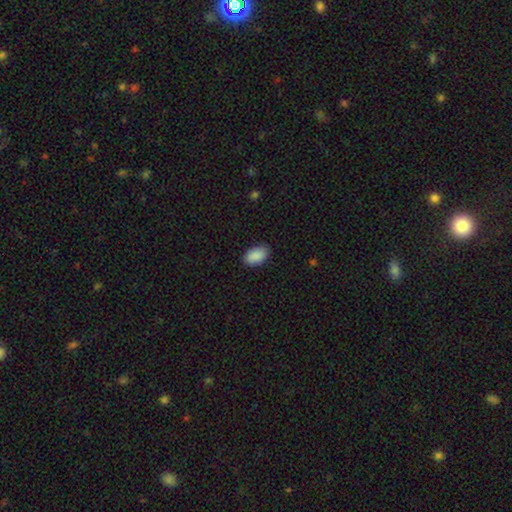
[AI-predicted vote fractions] Q: Smooth or featured?
A: smooth (90%); runner-up: star or artifact (6%)
Q: How rounded?
A: in between (94%); runner-up: round (5%)
Q: Merging?
A: none (86%); runner-up: minor disturbance (10%)